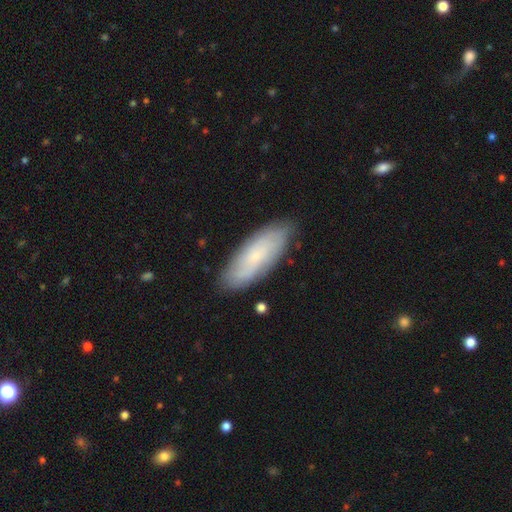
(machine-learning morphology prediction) Smooth or featured: smooth — 51% (featured or disk — 42%)
How rounded: in between — 70% (cigar-shaped — 28%)
Merging: none — 82% (minor disturbance — 14%)